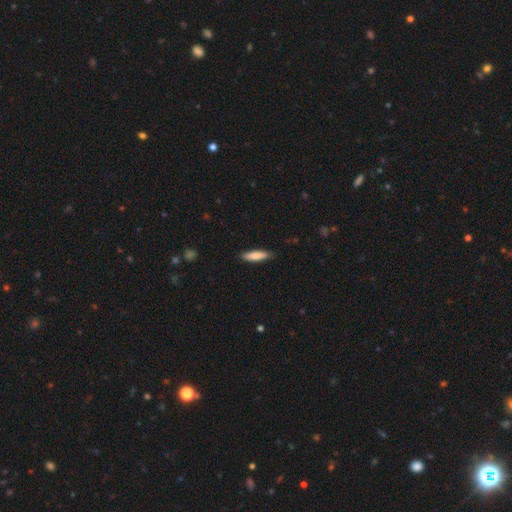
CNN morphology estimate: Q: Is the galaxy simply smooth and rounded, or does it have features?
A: smooth — 80%.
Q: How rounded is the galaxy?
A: cigar-shaped — 72%.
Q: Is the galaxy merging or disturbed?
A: none — 86%.